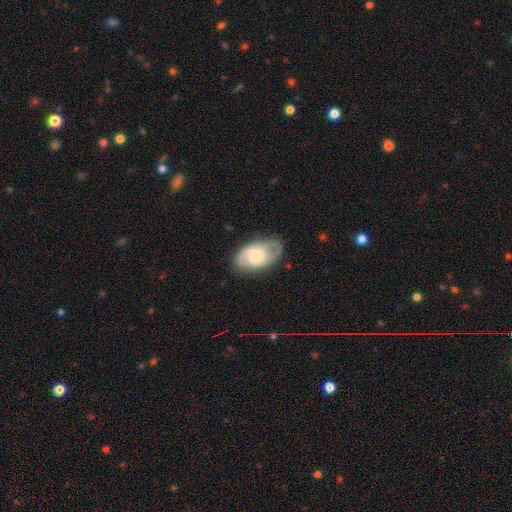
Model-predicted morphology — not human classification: Smooth or featured? Predicted: featured or disk (p=0.71). Edge-on disk? Predicted: no (p=0.96). Bar? Predicted: no (p=0.50). Spiral arms? Predicted: yes (p=0.92). Spiral winding? Predicted: medium (p=0.49). Spiral arm count? Predicted: 2 (p=0.81). Bulge size? Predicted: moderate (p=0.45). Merging? Predicted: none (p=0.77).